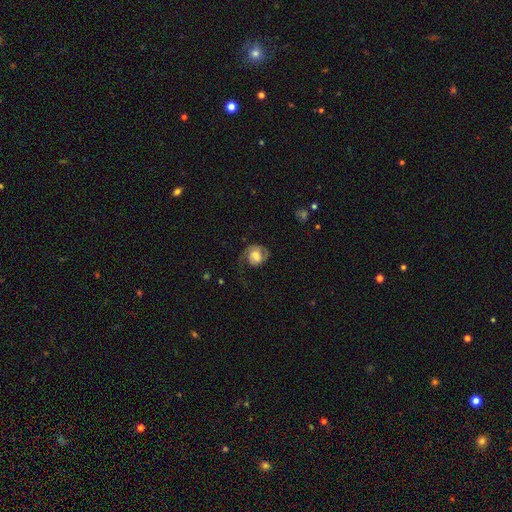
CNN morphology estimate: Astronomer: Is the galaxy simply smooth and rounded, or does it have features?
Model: featured or disk — 55% (runner-up: smooth, 37%).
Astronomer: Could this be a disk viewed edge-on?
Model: no — 97%.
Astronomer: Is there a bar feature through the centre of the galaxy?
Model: no — 51% (runner-up: weak, 38%).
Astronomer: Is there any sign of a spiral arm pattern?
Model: yes — 86%.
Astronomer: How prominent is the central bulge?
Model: moderate — 40% (runner-up: large, 30%).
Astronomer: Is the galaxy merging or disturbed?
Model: none — 47% (runner-up: major disturbance, 30%).